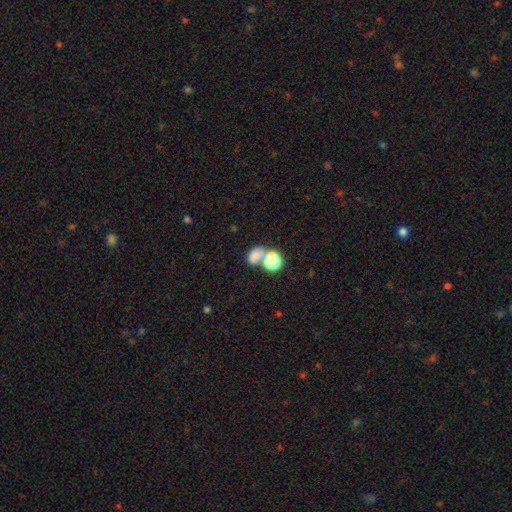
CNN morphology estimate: Overall: smooth (76%). How rounded: in between (67%; round 31%). Merging: merger (50%; none 34%).